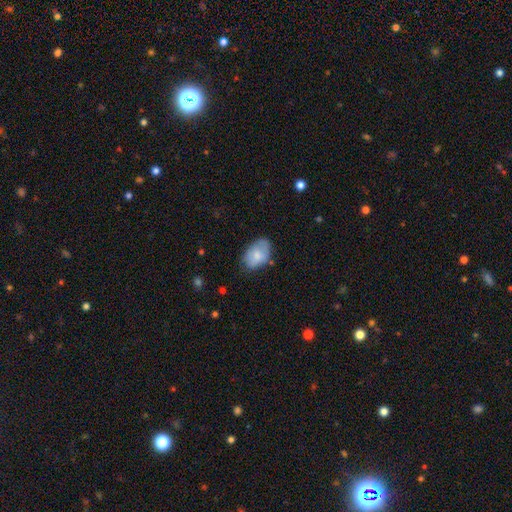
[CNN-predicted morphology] Smooth or featured?
  - smooth: 77% *
  - featured or disk: 17%
  - star or artifact: 7%
How rounded?
  - in between: 90% *
  - round: 9%
  - cigar-shaped: 1%
Merging?
  - none: 64% *
  - minor disturbance: 28%
  - major disturbance: 6%
  - merger: 2%